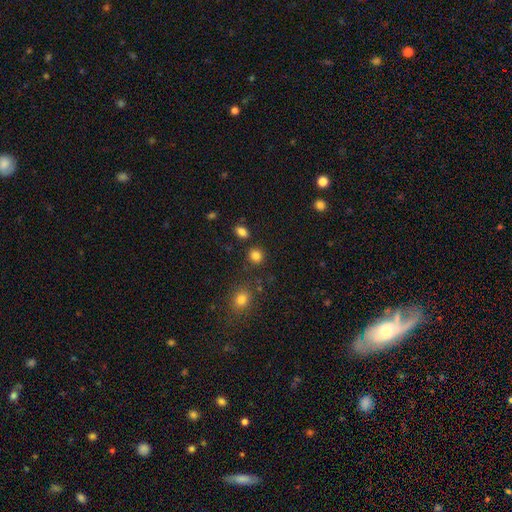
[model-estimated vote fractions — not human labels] smooth-or-featured: smooth: 84% | star or artifact: 12% | featured or disk: 4%
  how-rounded: round: 81% | in between: 18% | cigar-shaped: 1%
  merging: none: 84% | minor disturbance: 8% | merger: 5% | major disturbance: 3%